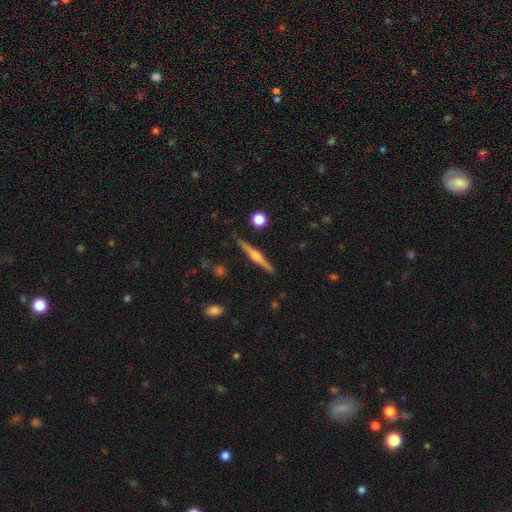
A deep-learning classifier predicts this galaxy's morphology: A featured or disk galaxy (79%) viewed edge-on (98%) with a rounded central bulge (90%). Merging: none (91%).